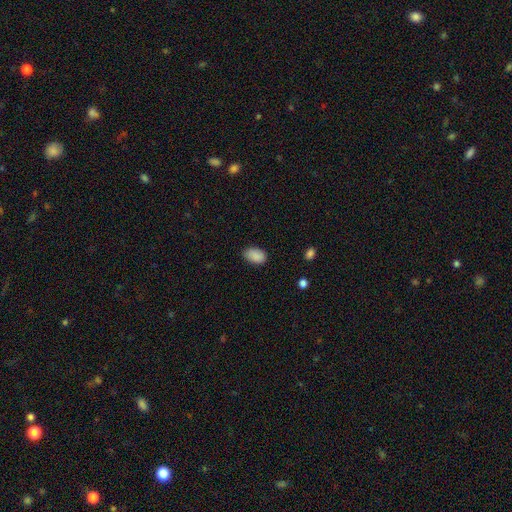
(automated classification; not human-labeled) Smooth or featured? Predicted: smooth (p=0.88). How rounded? Predicted: in between (p=0.91). Merging? Predicted: none (p=0.76).